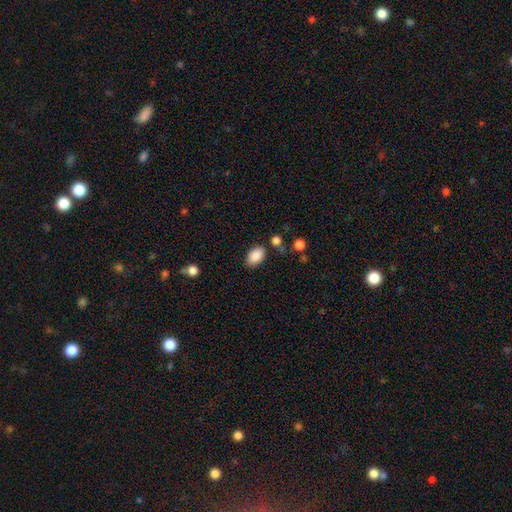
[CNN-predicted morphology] This is clearly a smooth galaxy (89%). How rounded: clearly in between (91%). Merging: likely none (78%).